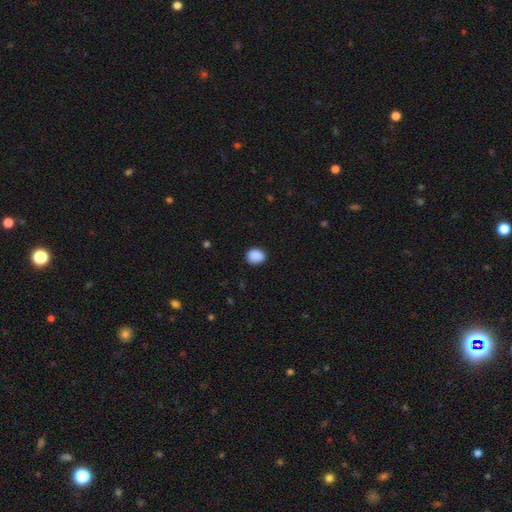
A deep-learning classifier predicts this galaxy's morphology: This appears to be a smooth galaxy with no disk features (89%) that is round (59%). Merging: none (87%).